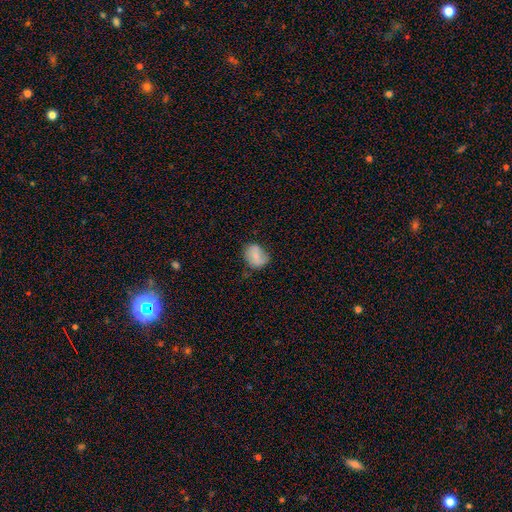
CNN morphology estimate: A smooth galaxy with no disk features (64%) that is in between round and cigar-shaped (50%).

Vote fractions:
- Smooth or featured? smooth: 64% / featured or disk: 27% / star or artifact: 8%
- How rounded? in between: 50% / round: 49% / cigar-shaped: 1%
- Merging? none: 54% / minor disturbance: 33% / major disturbance: 10% / merger: 2%